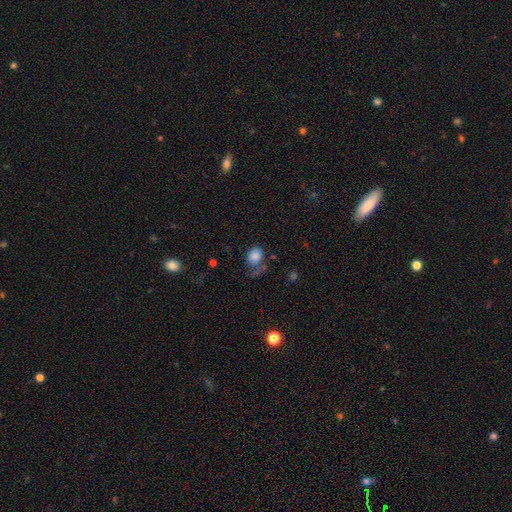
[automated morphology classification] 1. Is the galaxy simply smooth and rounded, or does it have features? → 79% smooth, 11% star or artifact, 10% featured or disk.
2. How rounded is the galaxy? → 57% in between, 41% round, 1% cigar-shaped.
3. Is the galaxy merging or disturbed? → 45% none, 26% minor disturbance, 20% major disturbance, 9% merger.